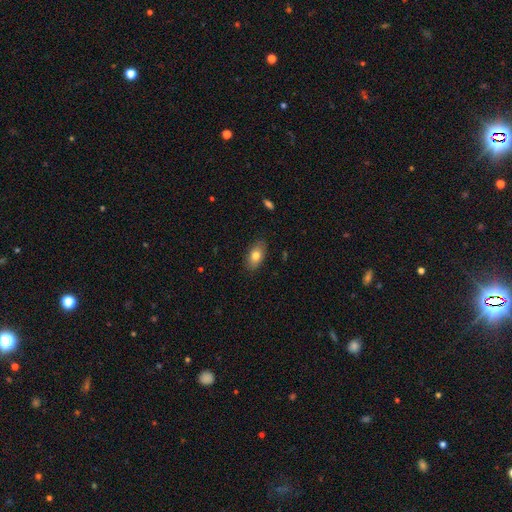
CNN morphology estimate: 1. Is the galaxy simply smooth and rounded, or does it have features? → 78% smooth, 14% featured or disk, 7% star or artifact.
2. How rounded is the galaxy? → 91% in between, 6% round, 3% cigar-shaped.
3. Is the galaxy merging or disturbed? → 86% none, 11% minor disturbance, 2% major disturbance, 1% merger.